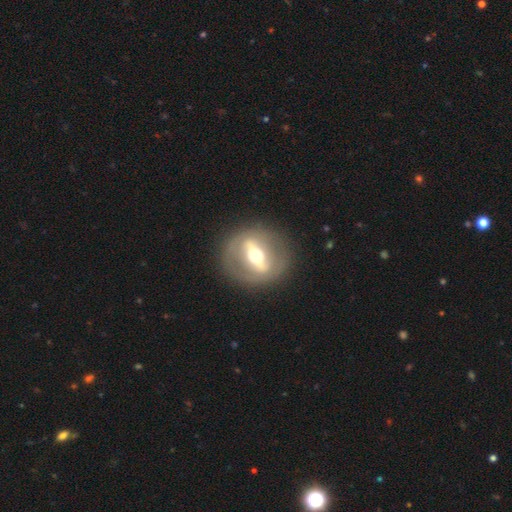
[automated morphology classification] A featured or disk galaxy (76%) with a strong bar (80%), no spiral arms (81%) and a moderate central bulge (69%).

Vote fractions:
- Smooth or featured? featured or disk: 76% / smooth: 18% / star or artifact: 6%
- Edge-on disk? no: 68% / yes: 32%
- Bar? strong: 80% / weak: 13% / no: 7%
- Spiral arms? no: 81% / yes: 19%
- Bulge size? moderate: 69% / large: 17% / small: 11% / dominant: 2% / none: 1%
- Merging? none: 84% / minor disturbance: 9% / major disturbance: 6% / merger: 1%